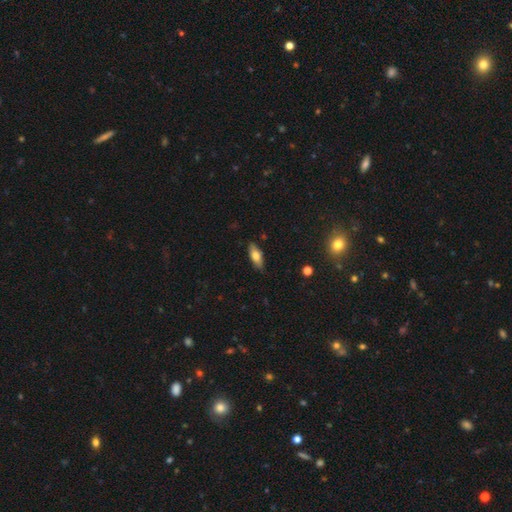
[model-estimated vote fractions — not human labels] Smooth or featured? Predicted: smooth (p=0.68). How rounded? Predicted: in between (p=0.74). Merging? Predicted: none (p=0.84).